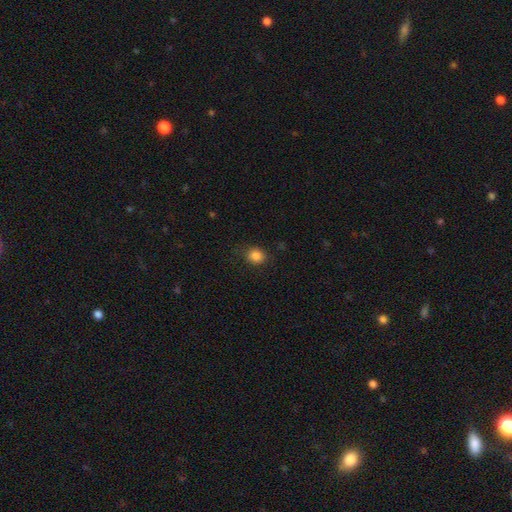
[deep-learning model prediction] Morphology: type=smooth (85%); roundness=round (72%); merging=none (84%).